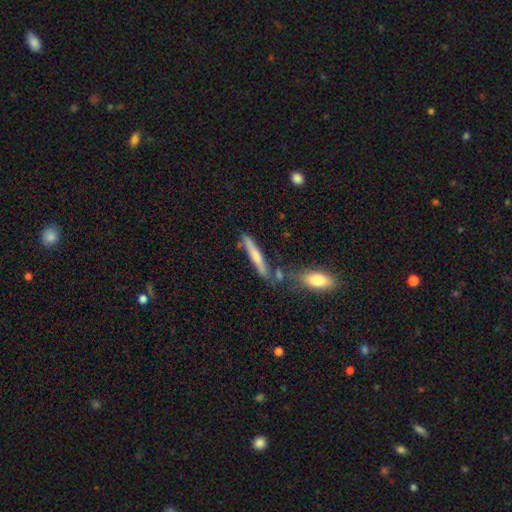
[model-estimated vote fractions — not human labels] Smooth or featured? Predicted: smooth (p=0.58). How rounded? Predicted: cigar-shaped (p=0.91). Merging? Predicted: none (p=0.69).